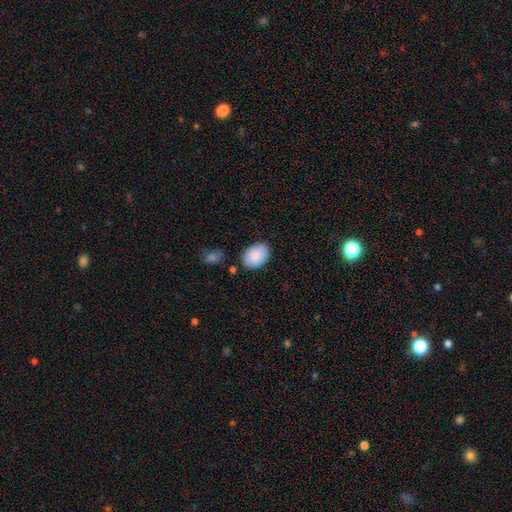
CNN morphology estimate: Smooth or featured: smooth — 87% (featured or disk — 7%)
How rounded: in between — 85% (round — 14%)
Merging: none — 81% (minor disturbance — 13%)